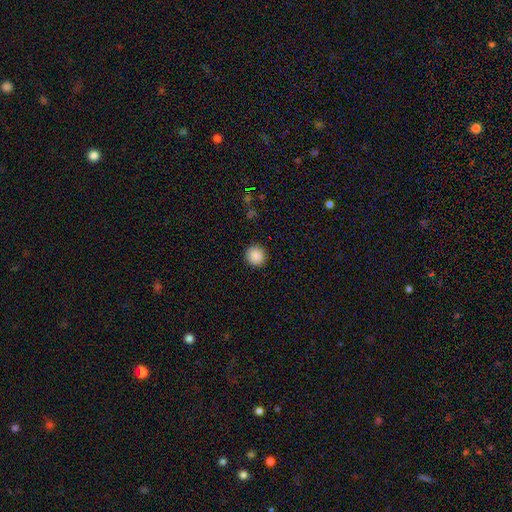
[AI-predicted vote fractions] A smooth galaxy with no disk features (89%) that is round (92%). Merging: none (91%).